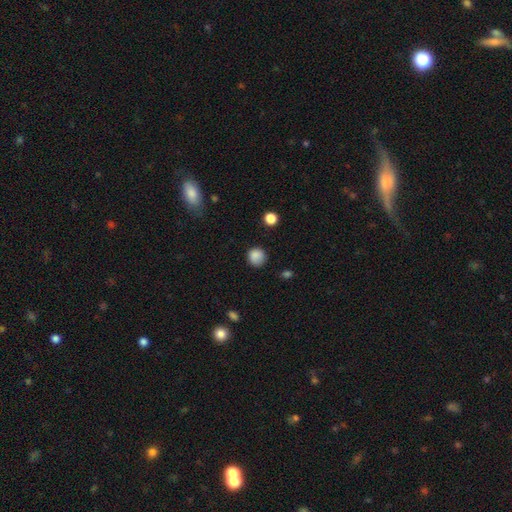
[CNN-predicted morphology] Smooth or featured? smooth (86%)
How rounded? round (86%)
Merging? none (78%)